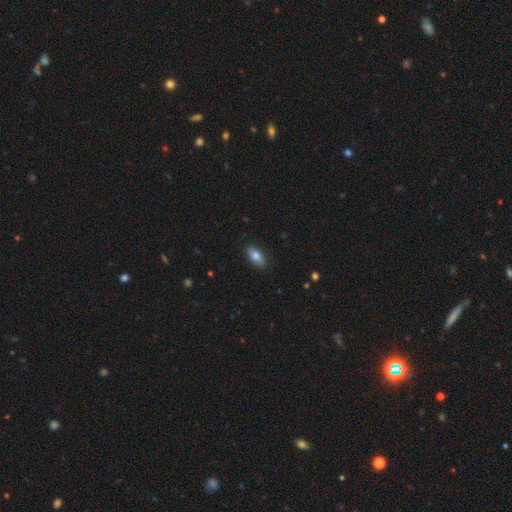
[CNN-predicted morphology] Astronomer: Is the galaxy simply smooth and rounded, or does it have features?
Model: smooth — 79%.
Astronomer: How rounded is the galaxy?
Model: in between — 86%.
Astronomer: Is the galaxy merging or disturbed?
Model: none — 88%.